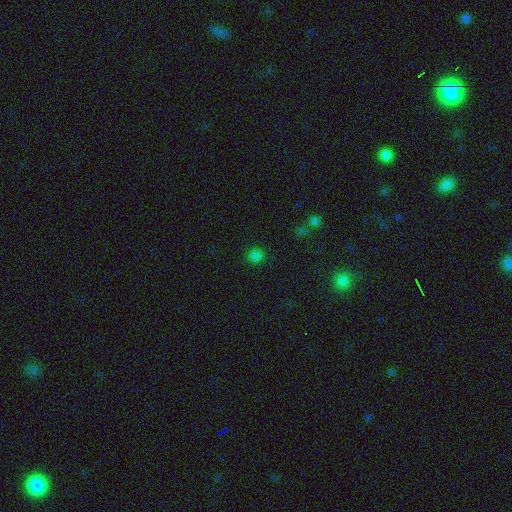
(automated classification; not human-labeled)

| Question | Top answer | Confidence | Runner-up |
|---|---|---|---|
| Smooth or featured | smooth | 78% | star or artifact (19%) |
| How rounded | round | 89% | in between (10%) |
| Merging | none | 90% | minor disturbance (6%) |